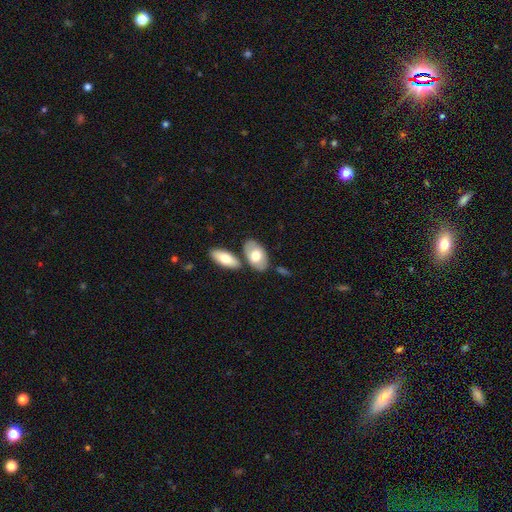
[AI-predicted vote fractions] Morphology: type=smooth (67%); roundness=in between (94%); merging=none (66%).